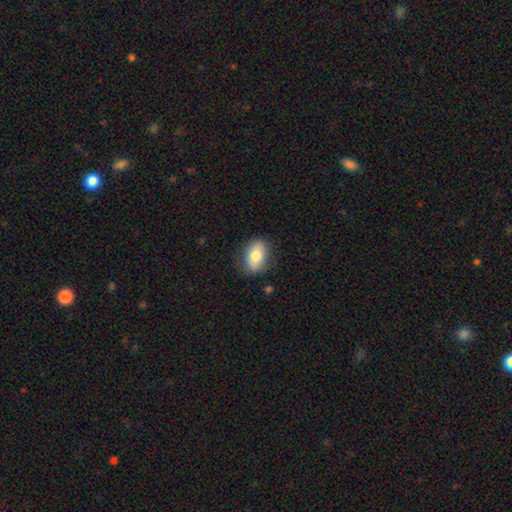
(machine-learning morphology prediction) A smooth galaxy with no disk features (77%) that is in between round and cigar-shaped (83%). Merging: none (82%).